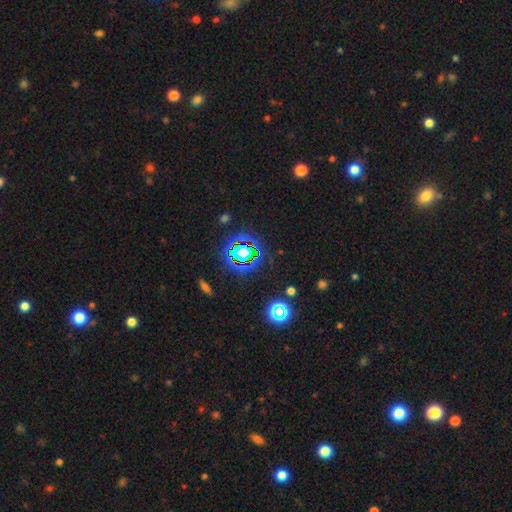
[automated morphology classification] star or artifact 76%, smooth 15%, featured or disk 9%.